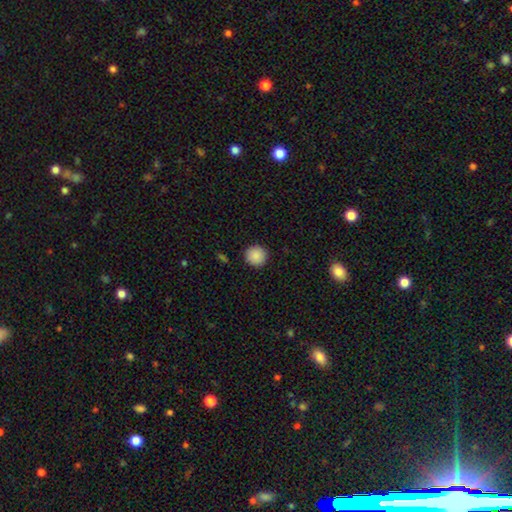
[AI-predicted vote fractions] Q: Smooth or featured?
A: smooth (89%); runner-up: star or artifact (8%)
Q: How rounded?
A: round (95%); runner-up: in between (4%)
Q: Merging?
A: none (92%); runner-up: minor disturbance (5%)